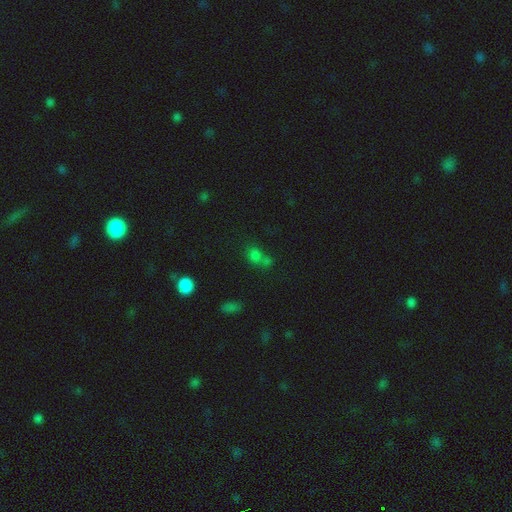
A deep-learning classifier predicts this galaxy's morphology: A smooth galaxy with no disk features (64%) that is round (56%). Merging: none (42%).